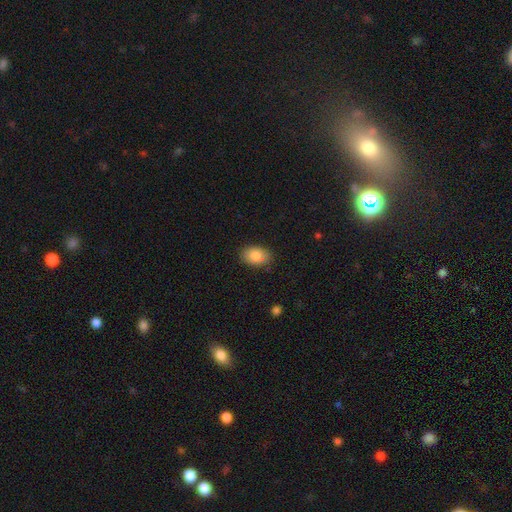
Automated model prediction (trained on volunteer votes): A smooth galaxy with no disk features (85%) that is in between round and cigar-shaped (83%).

Vote fractions:
- Smooth or featured? smooth: 85% / featured or disk: 8% / star or artifact: 7%
- How rounded? in between: 83% / round: 16% / cigar-shaped: 1%
- Merging? none: 83% / minor disturbance: 13% / major disturbance: 3% / merger: 1%